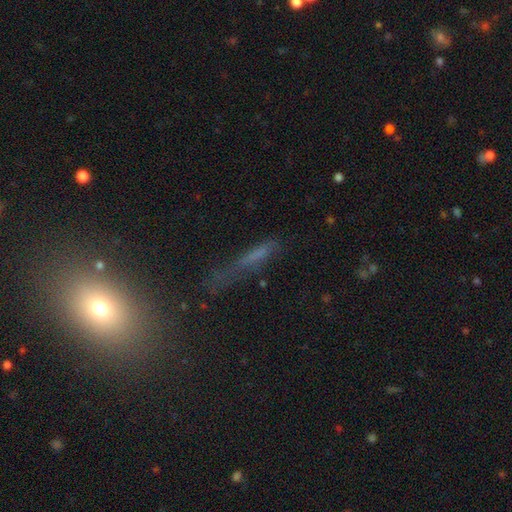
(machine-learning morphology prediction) This is possibly a smooth galaxy (46%). Merging: possibly none (56%).